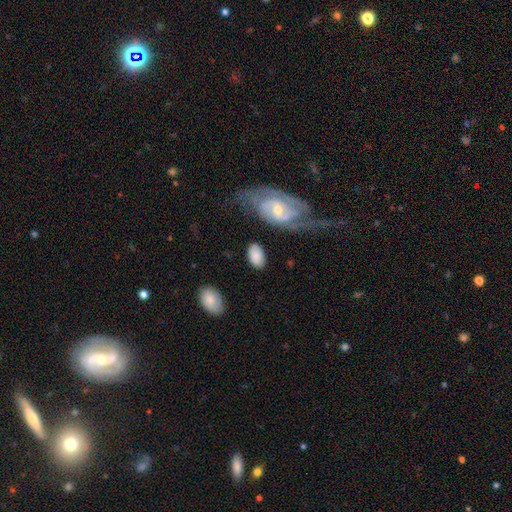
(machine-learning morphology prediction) Smooth or featured?
  - smooth: 78% *
  - featured or disk: 16%
  - star or artifact: 6%
How rounded?
  - in between: 93% *
  - round: 6%
  - cigar-shaped: 2%
Merging?
  - none: 69% *
  - minor disturbance: 18%
  - major disturbance: 7%
  - merger: 6%